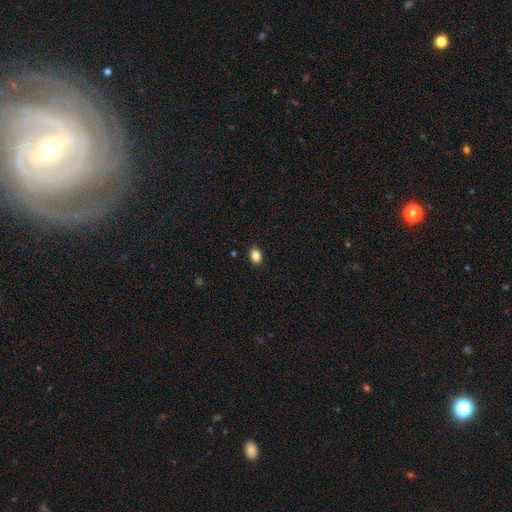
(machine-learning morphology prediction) Smooth or featured?
  - smooth: 86% *
  - star or artifact: 9%
  - featured or disk: 5%
How rounded?
  - in between: 75% *
  - round: 23%
  - cigar-shaped: 1%
Merging?
  - none: 89% *
  - minor disturbance: 8%
  - major disturbance: 2%
  - merger: 1%